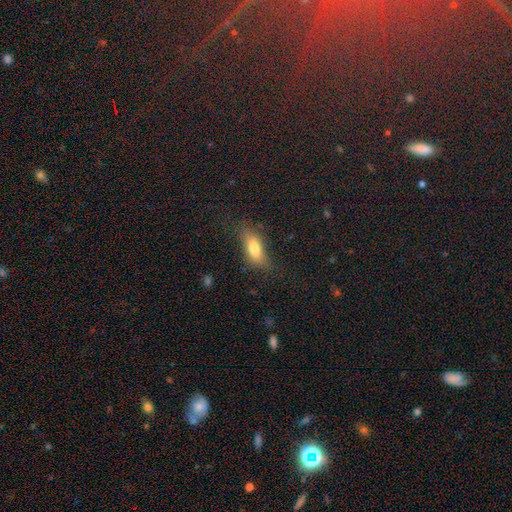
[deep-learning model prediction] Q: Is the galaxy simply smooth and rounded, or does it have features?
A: smooth — 76%.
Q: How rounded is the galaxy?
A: in between — 78%.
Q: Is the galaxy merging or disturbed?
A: none — 73%.